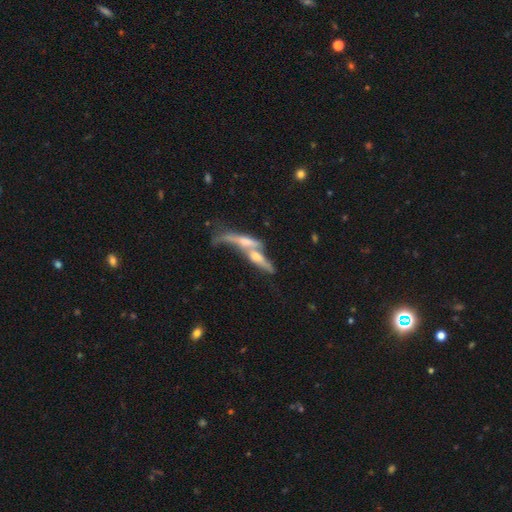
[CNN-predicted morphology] Smooth or featured? Predicted: featured or disk (p=0.64). Edge-on disk? Predicted: yes (p=0.76). Merging? Predicted: merger (p=0.57).